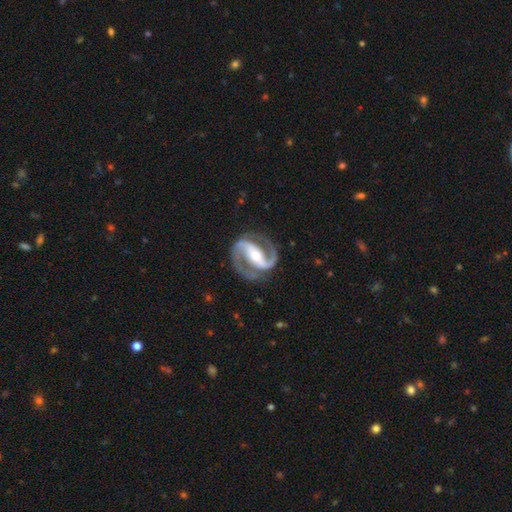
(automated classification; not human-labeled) Overall: featured or disk (94%). Edge-on disk: no (98%). Bar: strong (65%). Spiral arms: yes (98%). Spiral arm count: 2 (94%). Spiral winding: medium (59%; tight 27%). Bulge size: moderate (57%; small 36%). Merging: none (84%).